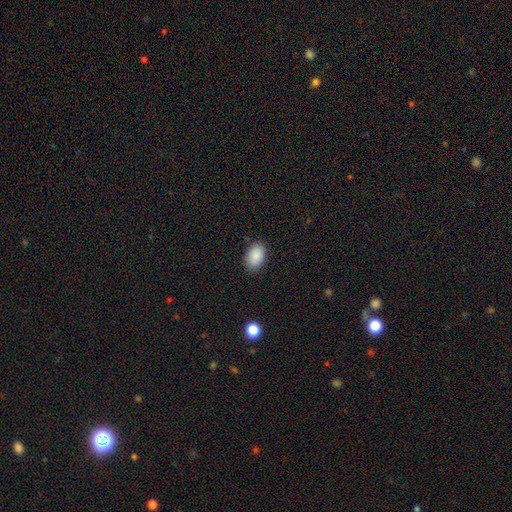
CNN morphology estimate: type=smooth (90%); roundness=in between (90%); merging=none (86%).